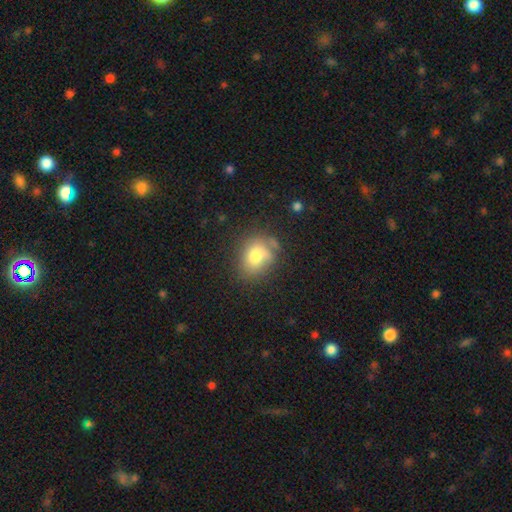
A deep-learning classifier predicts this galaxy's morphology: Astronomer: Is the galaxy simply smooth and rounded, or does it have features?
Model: smooth — 73%.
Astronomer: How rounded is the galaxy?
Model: round — 52% (runner-up: in between, 47%).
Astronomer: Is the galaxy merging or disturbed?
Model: none — 61%.